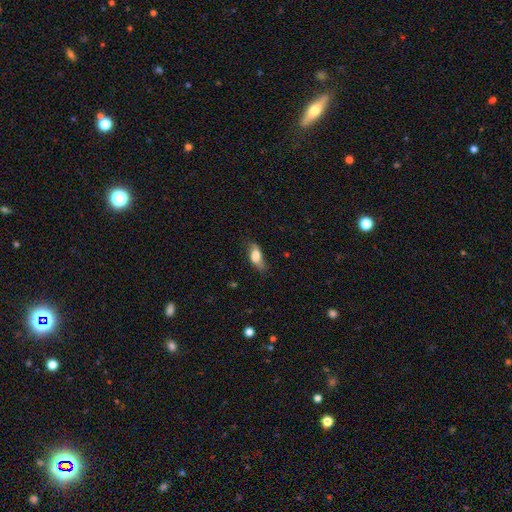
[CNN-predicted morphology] Smooth or featured?
  - smooth: 72% *
  - featured or disk: 21%
  - star or artifact: 7%
How rounded?
  - in between: 79% *
  - cigar-shaped: 16%
  - round: 5%
Merging?
  - none: 62% *
  - minor disturbance: 28%
  - major disturbance: 8%
  - merger: 2%